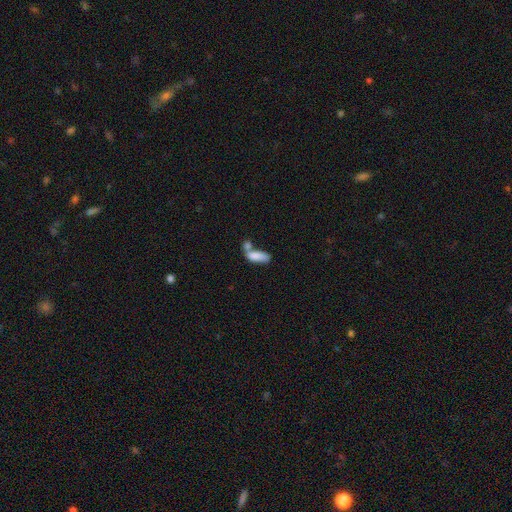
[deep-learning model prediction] Morphology: type=smooth (79%); roundness=in between (76%); merging=merger (56%).